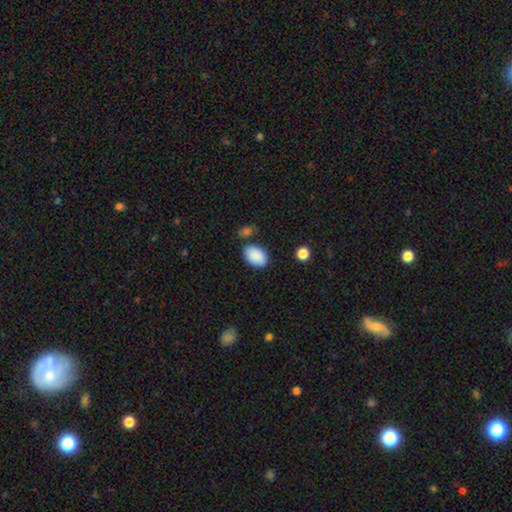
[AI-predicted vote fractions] Smooth or featured: smooth — 90% (star or artifact — 7%)
How rounded: in between — 91% (round — 8%)
Merging: none — 77% (minor disturbance — 14%)